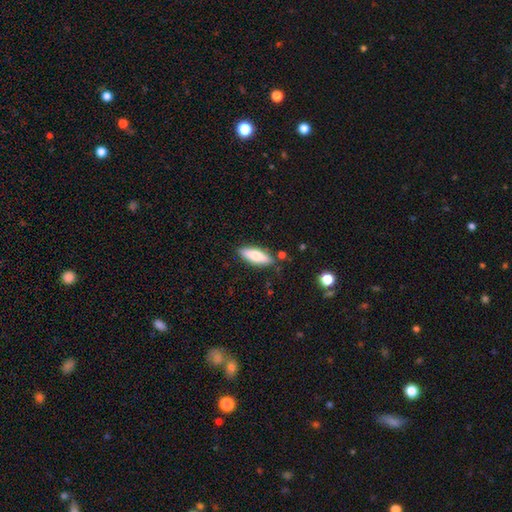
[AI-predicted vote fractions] Smooth or featured? Predicted: smooth (p=0.71). How rounded? Predicted: in between (p=0.63). Merging? Predicted: none (p=0.83).